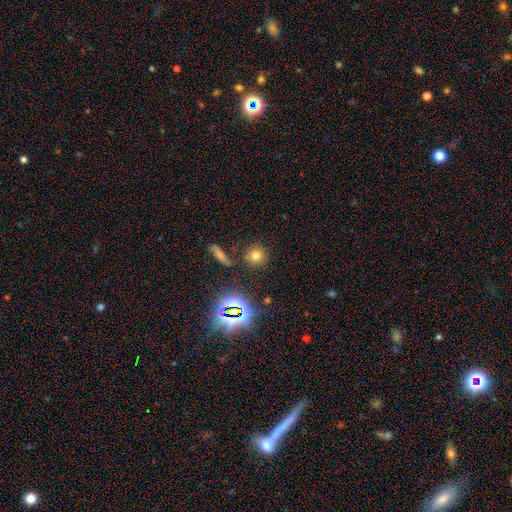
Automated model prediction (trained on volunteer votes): The model was most divided on "smooth or featured": smooth: 67%, star or artifact: 23%, featured or disk: 9%. More confident: how rounded — round (89%); merging — none (82%).